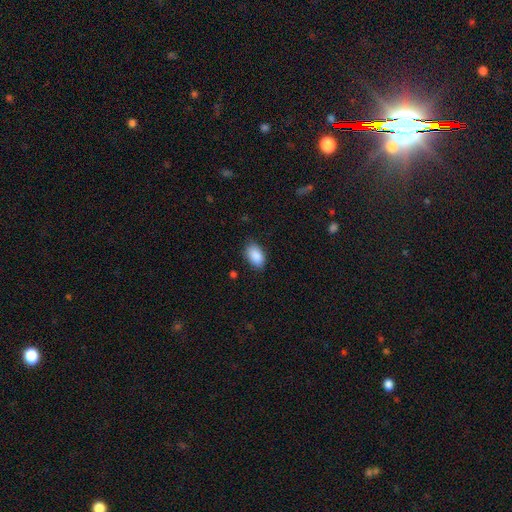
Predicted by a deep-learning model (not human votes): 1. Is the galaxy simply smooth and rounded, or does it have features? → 90% smooth, 7% star or artifact, 4% featured or disk.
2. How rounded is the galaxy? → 92% in between, 7% round, 1% cigar-shaped.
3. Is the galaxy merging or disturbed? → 83% none, 13% minor disturbance, 3% major disturbance, 1% merger.